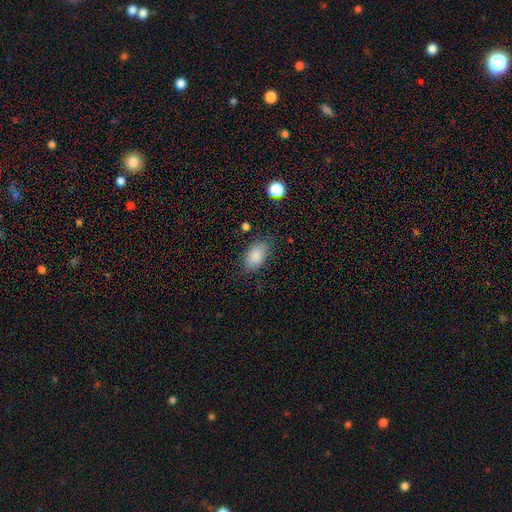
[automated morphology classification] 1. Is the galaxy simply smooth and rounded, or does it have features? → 87% smooth, 8% star or artifact, 5% featured or disk.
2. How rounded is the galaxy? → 92% in between, 6% round, 2% cigar-shaped.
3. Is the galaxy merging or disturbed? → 77% none, 16% minor disturbance, 5% major disturbance, 2% merger.